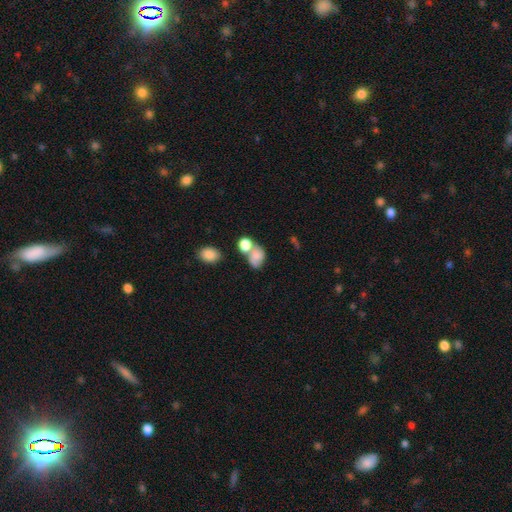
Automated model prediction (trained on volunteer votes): This appears to be a smooth galaxy with no disk features (68%) that is in between round and cigar-shaped (64%). Merging: merger (47%).